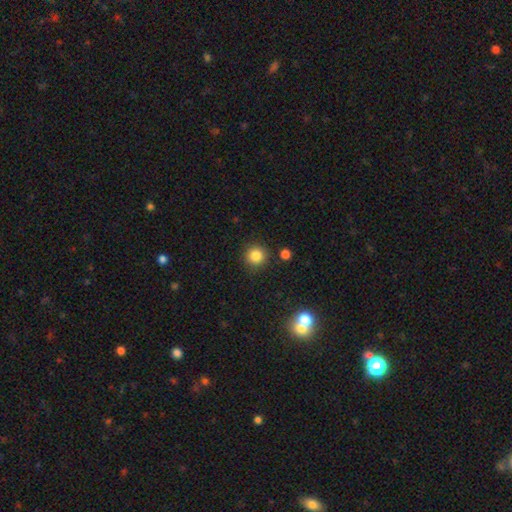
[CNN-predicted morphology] Smooth or featured? Predicted: smooth (p=0.83). How rounded? Predicted: round (p=0.94). Merging? Predicted: none (p=0.89).